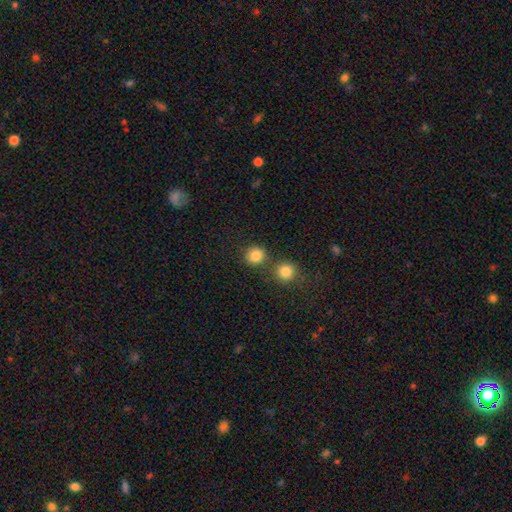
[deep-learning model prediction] Morphology: type=smooth (83%); roundness=round (89%); merging=none (72%).